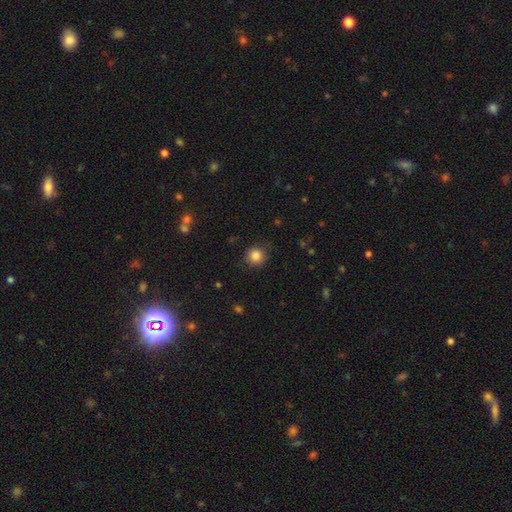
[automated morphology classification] Smooth or featured?
  - smooth: 84% *
  - star or artifact: 11%
  - featured or disk: 5%
How rounded?
  - round: 92% *
  - in between: 7%
  - cigar-shaped: 1%
Merging?
  - none: 87% *
  - minor disturbance: 9%
  - major disturbance: 3%
  - merger: 1%